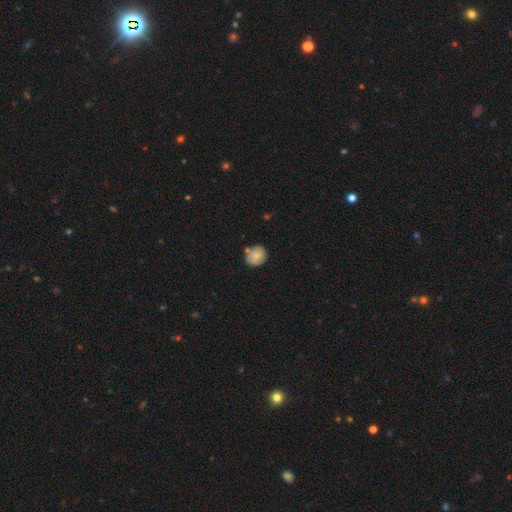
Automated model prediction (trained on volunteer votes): A smooth galaxy with no disk features (73%) that is round (68%). Merging: none (66%).